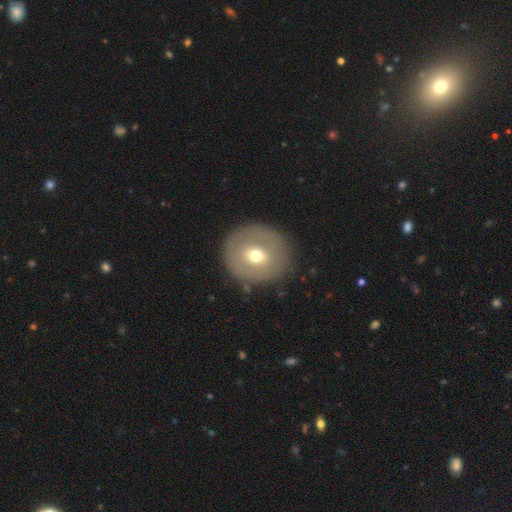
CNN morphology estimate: Smooth or featured?
  - smooth: 55% *
  - featured or disk: 36%
  - star or artifact: 8%
How rounded?
  - round: 88% *
  - in between: 11%
  - cigar-shaped: 1%
Merging?
  - none: 84% *
  - minor disturbance: 10%
  - major disturbance: 5%
  - merger: 2%